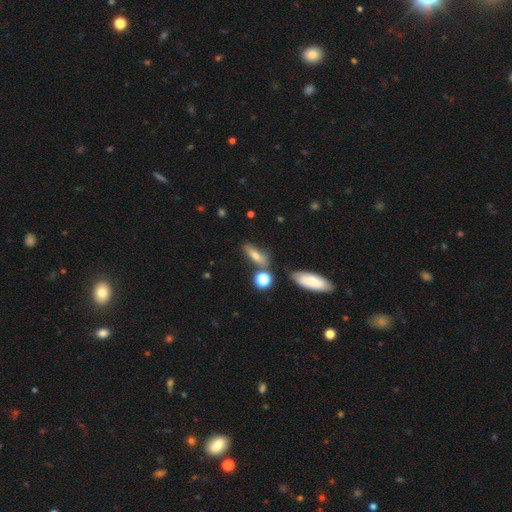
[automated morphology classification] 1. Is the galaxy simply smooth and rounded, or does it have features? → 60% smooth, 27% featured or disk, 13% star or artifact.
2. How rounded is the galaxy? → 48% in between, 43% cigar-shaped, 8% round.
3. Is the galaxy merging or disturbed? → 64% none, 18% minor disturbance, 11% merger, 6% major disturbance.